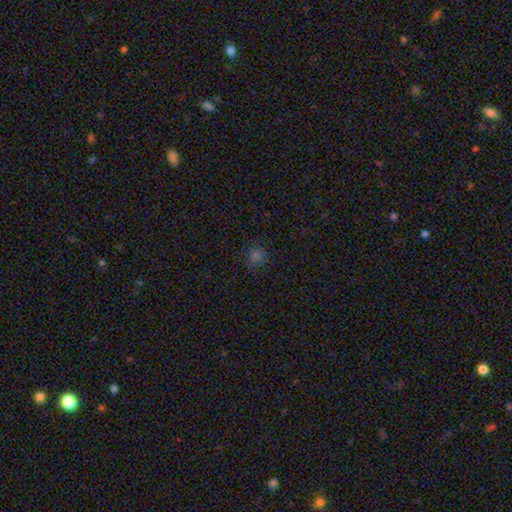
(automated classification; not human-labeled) Smooth or featured: smooth — 70% (star or artifact — 24%)
How rounded: round — 89% (in between — 10%)
Merging: none — 85% (minor disturbance — 11%)